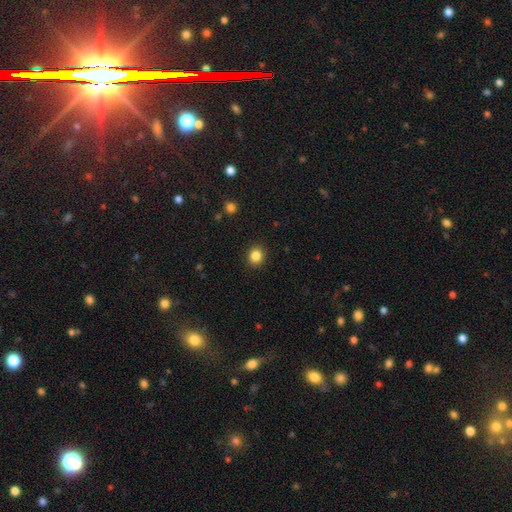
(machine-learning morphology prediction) This appears to be a smooth galaxy with no disk features (85%) that is round (76%). Merging: none (91%).